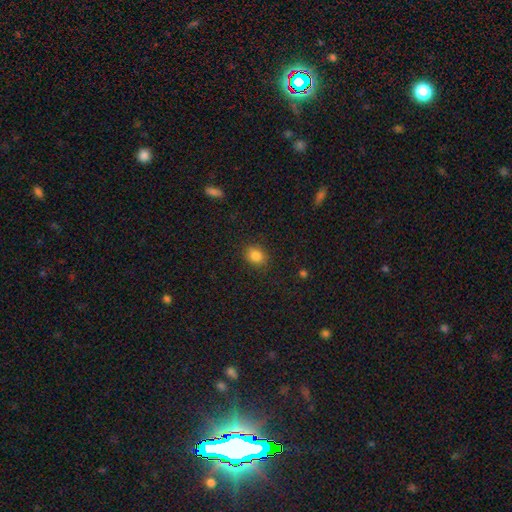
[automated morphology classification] Smooth or featured? Predicted: smooth (p=0.84). How rounded? Predicted: round (p=0.61). Merging? Predicted: none (p=0.86).